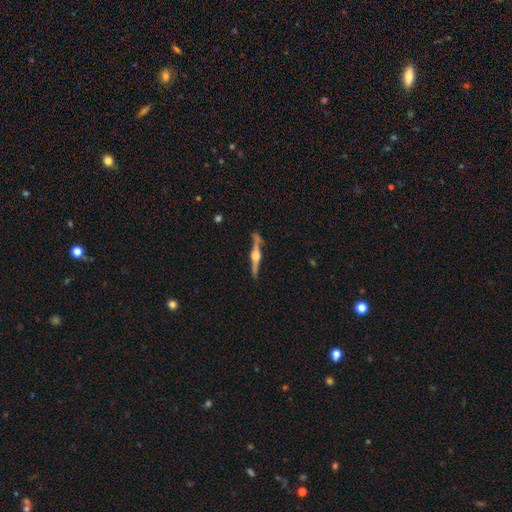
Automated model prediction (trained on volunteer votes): smooth-or-featured: featured or disk: 84% | smooth: 11% | star or artifact: 5%
  disk-edge-on: yes: 98% | no: 2%
    edge-on-bulge: rounded: 94% | boxy: 4% | none: 2%
  merging: none: 84% | minor disturbance: 10% | merger: 3% | major disturbance: 2%